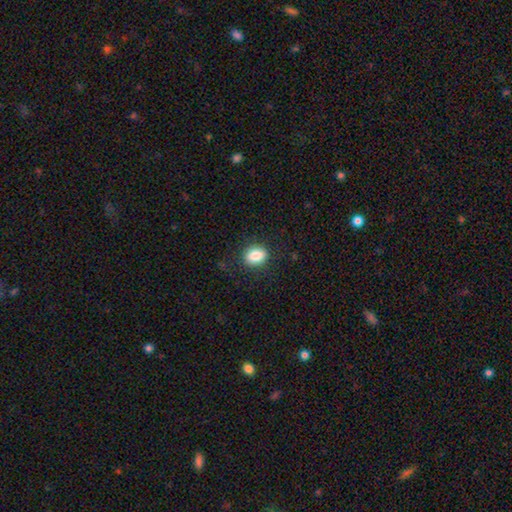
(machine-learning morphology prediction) This is clearly a smooth galaxy (85%). How rounded: likely in between (65%). Merging: clearly none (84%).